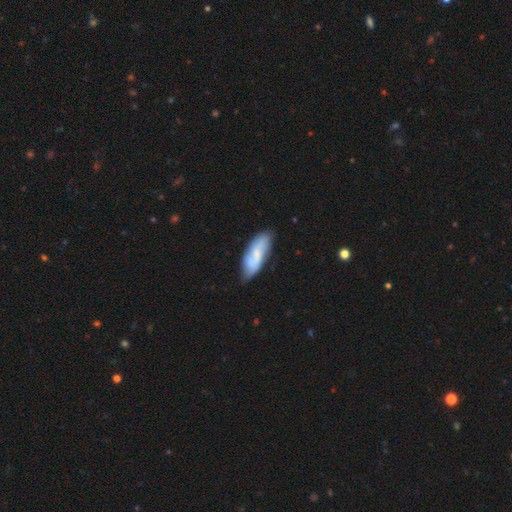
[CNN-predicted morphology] This appears to be a smooth galaxy with no disk features (54%) that is in between round and cigar-shaped (71%). Merging: none (69%).